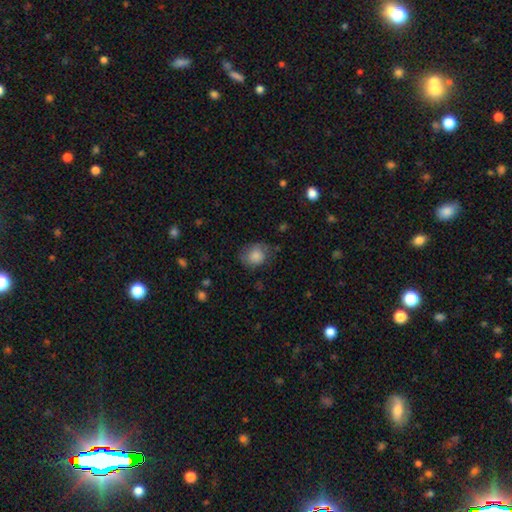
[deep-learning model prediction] Smooth or featured? Predicted: smooth (p=0.80). How rounded? Predicted: round (p=0.61). Merging? Predicted: none (p=0.61).